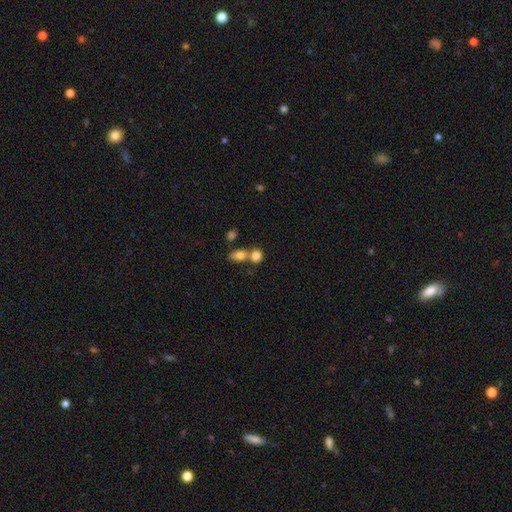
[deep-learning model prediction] Q: Smooth or featured?
A: smooth (82%); runner-up: star or artifact (10%)
Q: How rounded?
A: round (63%); runner-up: in between (35%)
Q: Merging?
A: merger (49%); runner-up: none (39%)